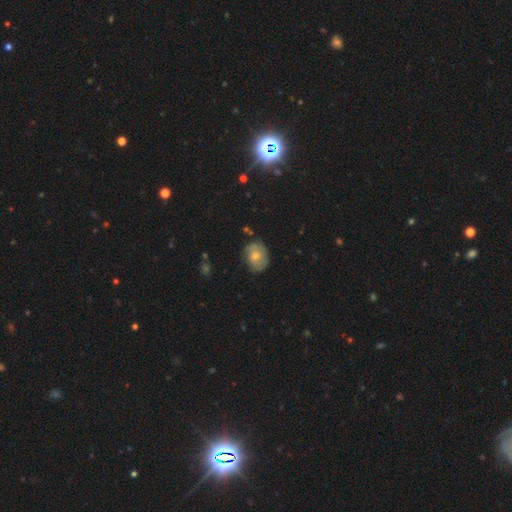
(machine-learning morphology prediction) A smooth galaxy with no disk features (59%) that is in between round and cigar-shaped (62%). Merging: none (68%).